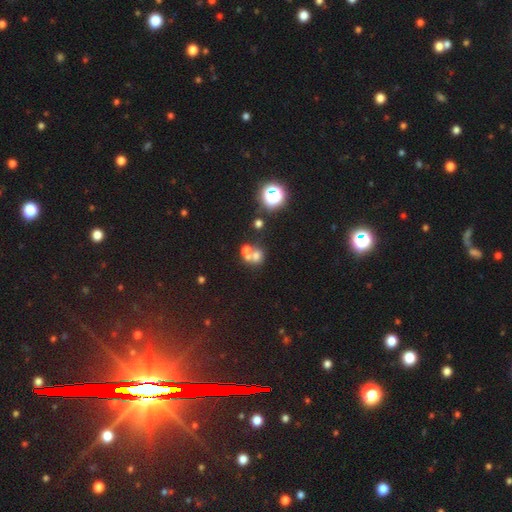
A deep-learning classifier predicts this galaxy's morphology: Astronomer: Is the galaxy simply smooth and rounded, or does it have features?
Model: smooth — 55%.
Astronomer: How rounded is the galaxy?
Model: round — 68%.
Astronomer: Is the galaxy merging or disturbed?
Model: merger — 57%.